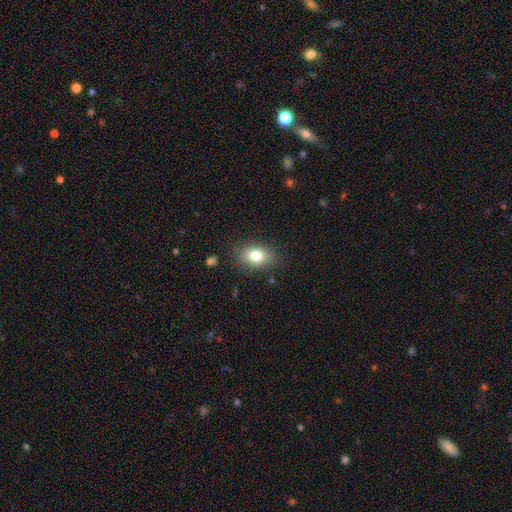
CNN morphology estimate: A smooth galaxy with no disk features (79%) that is in between round and cigar-shaped (72%).

Vote fractions:
- Smooth or featured? smooth: 79% / featured or disk: 11% / star or artifact: 10%
- How rounded? in between: 72% / round: 26% / cigar-shaped: 1%
- Merging? none: 83% / minor disturbance: 12% / major disturbance: 4% / merger: 1%